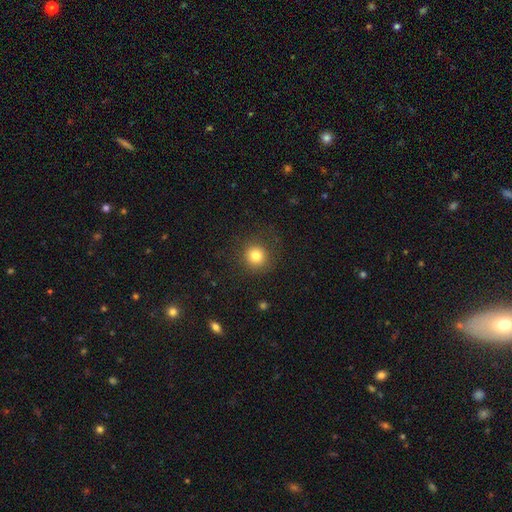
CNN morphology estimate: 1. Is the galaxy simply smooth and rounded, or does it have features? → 81% smooth, 12% star or artifact, 7% featured or disk.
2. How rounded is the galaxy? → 93% round, 6% in between, 1% cigar-shaped.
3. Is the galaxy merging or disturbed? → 85% none, 9% minor disturbance, 5% major disturbance, 1% merger.